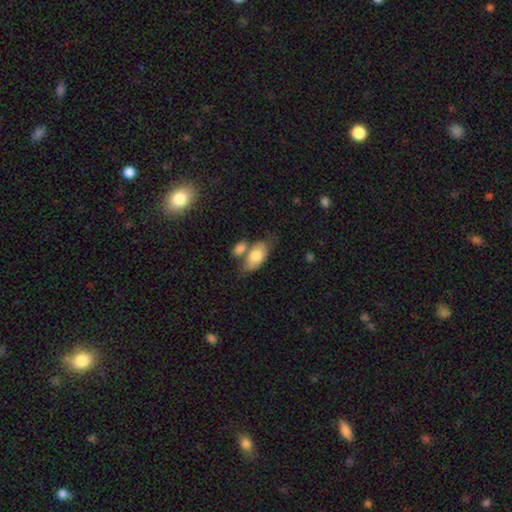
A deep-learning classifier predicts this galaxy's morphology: Smooth or featured? Predicted: smooth (p=0.76). How rounded? Predicted: in between (p=0.91). Merging? Predicted: none (p=0.38).